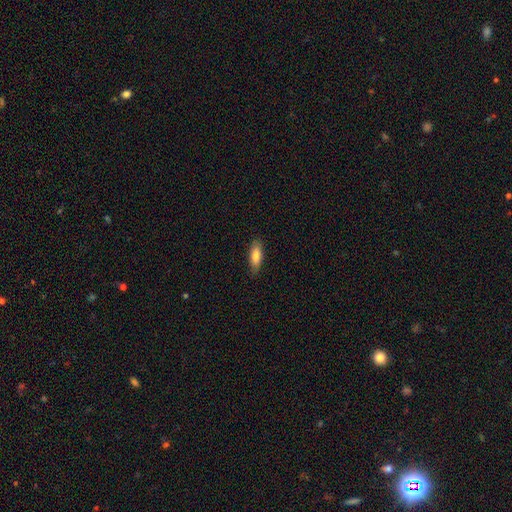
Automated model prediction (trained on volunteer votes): Morphology: type=smooth (84%); roundness=in between (65%); merging=none (85%).